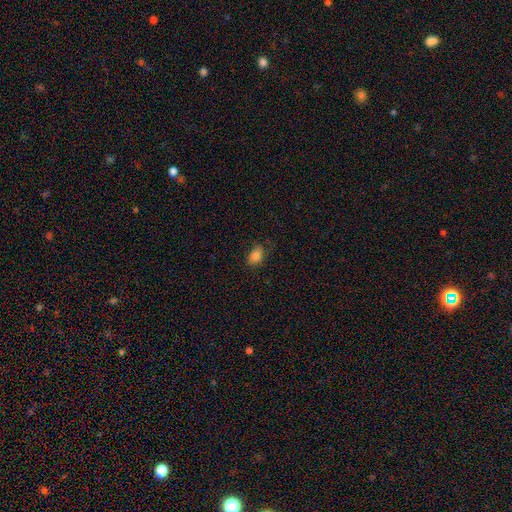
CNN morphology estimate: Smooth or featured?
  - smooth: 83% *
  - star or artifact: 10%
  - featured or disk: 7%
How rounded?
  - in between: 81% *
  - round: 17%
  - cigar-shaped: 1%
Merging?
  - none: 69% *
  - minor disturbance: 23%
  - major disturbance: 7%
  - merger: 1%